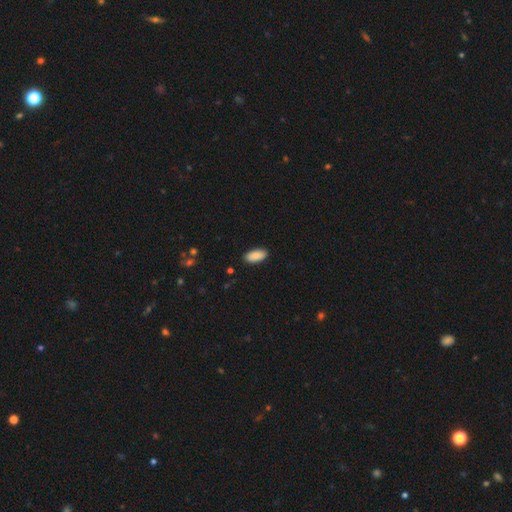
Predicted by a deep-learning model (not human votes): Smooth or featured? smooth (85%)
How rounded? in between (92%)
Merging? none (88%)